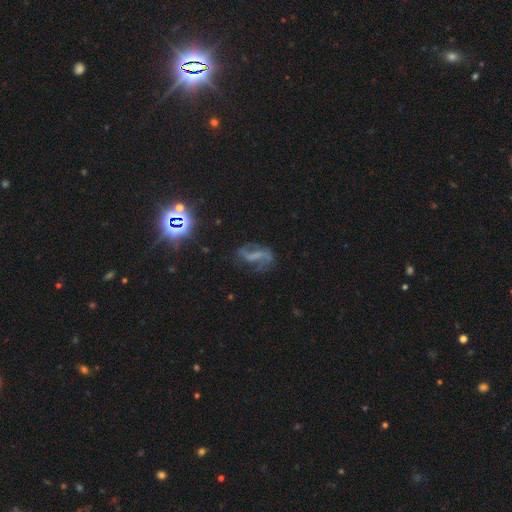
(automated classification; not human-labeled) The model was most divided on "bar": strong: 38%, weak: 36%, no: 26%. More confident: edge-on disk — no (96%); spiral arms — yes (89%); spiral arm count — 2 (86%); smooth or featured — featured or disk (71%); bulge size — none (64%); spiral winding — loose (63%); merging — none (63%).